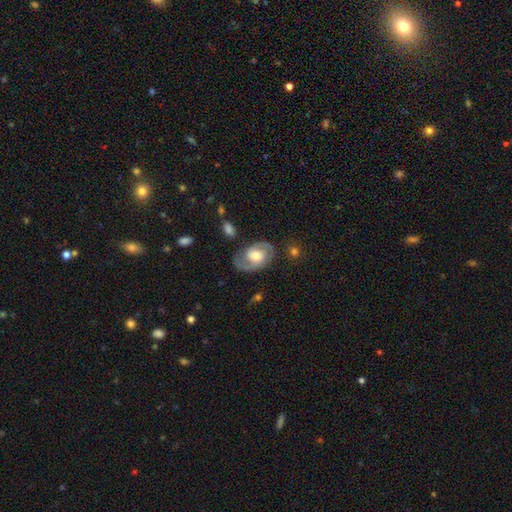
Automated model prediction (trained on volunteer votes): A featured or disk galaxy (75%) with no bar (54%), 2 (86%) medium (49%) spiral arms (89%) and a moderate central bulge (67%). Merging: none (73%).